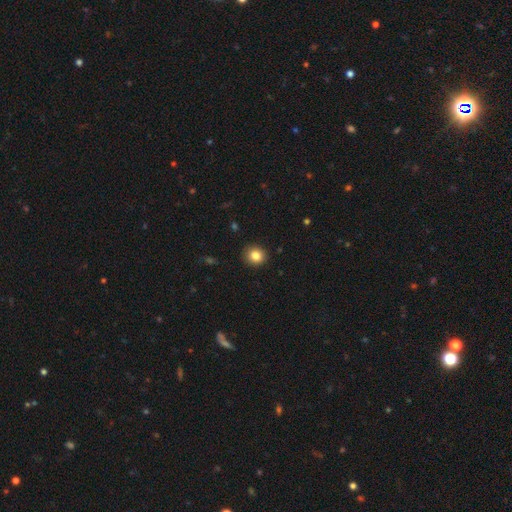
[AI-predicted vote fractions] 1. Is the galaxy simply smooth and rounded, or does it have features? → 84% smooth, 10% star or artifact, 6% featured or disk.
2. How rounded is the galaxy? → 83% round, 16% in between, 1% cigar-shaped.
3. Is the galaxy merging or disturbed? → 90% none, 7% minor disturbance, 2% major disturbance, 1% merger.